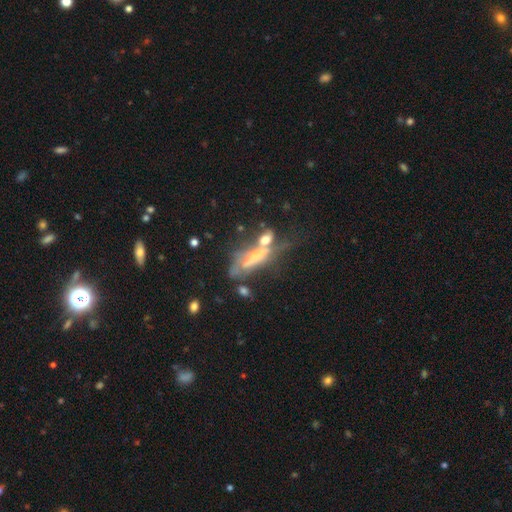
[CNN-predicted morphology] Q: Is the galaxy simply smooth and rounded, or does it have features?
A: featured or disk — 58%.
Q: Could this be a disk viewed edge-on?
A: no — 56%.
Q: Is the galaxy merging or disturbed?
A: merger — 33%.